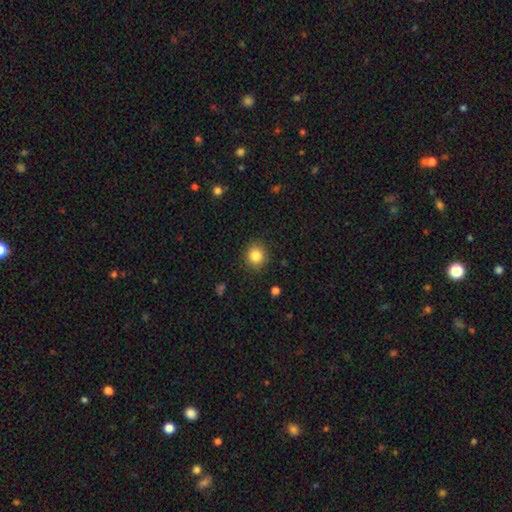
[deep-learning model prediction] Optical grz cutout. It shows a smooth galaxy with no disk features (85%) that is round (82%). Merging: none (88%).